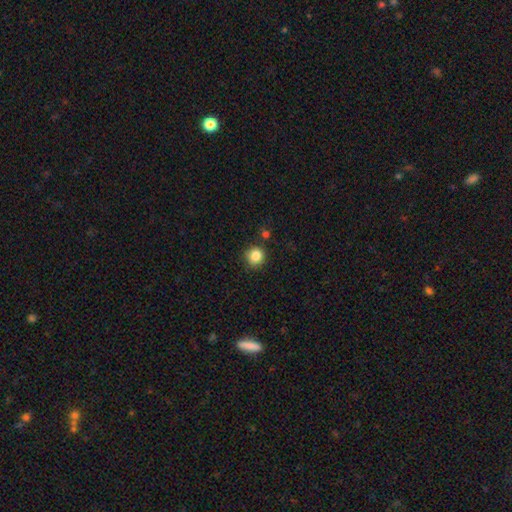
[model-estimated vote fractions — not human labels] This is clearly a smooth galaxy (85%). How rounded: clearly round (92%). Merging: clearly none (82%).